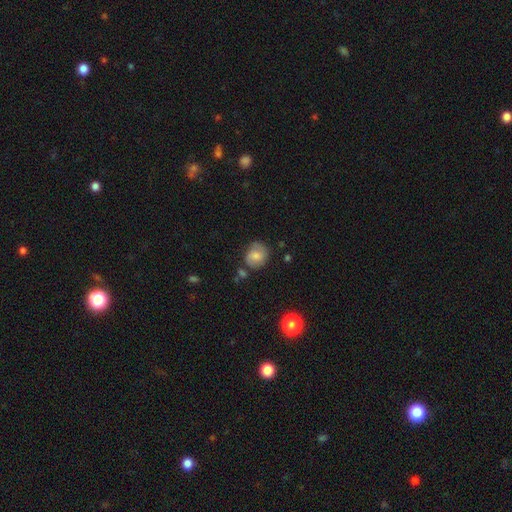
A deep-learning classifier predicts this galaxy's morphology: Overall: smooth (60%; featured or disk 31%). How rounded: round (70%). Merging: none (67%).